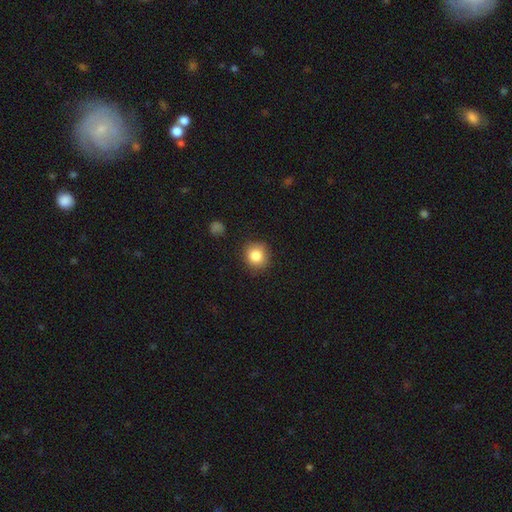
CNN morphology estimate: A smooth galaxy with no disk features (84%) that is round (88%).

Vote fractions:
- Smooth or featured? smooth: 84% / star or artifact: 10% / featured or disk: 6%
- How rounded? round: 88% / in between: 11% / cigar-shaped: 1%
- Merging? none: 85% / minor disturbance: 11% / major disturbance: 3% / merger: 2%